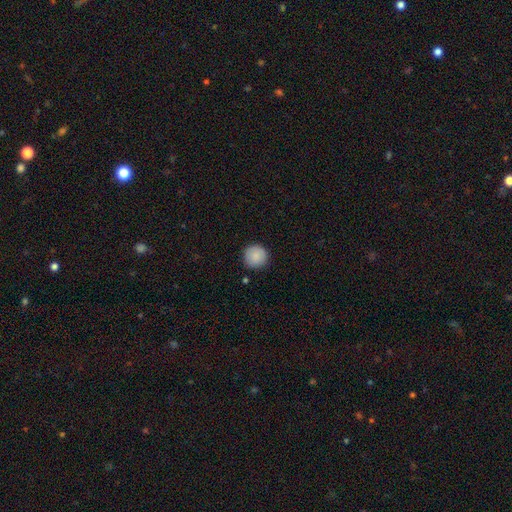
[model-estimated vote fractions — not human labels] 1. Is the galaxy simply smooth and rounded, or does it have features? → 89% smooth, 7% star or artifact, 4% featured or disk.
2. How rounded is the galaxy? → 95% round, 4% in between, 1% cigar-shaped.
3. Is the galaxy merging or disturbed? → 89% none, 8% minor disturbance, 2% major disturbance, 1% merger.